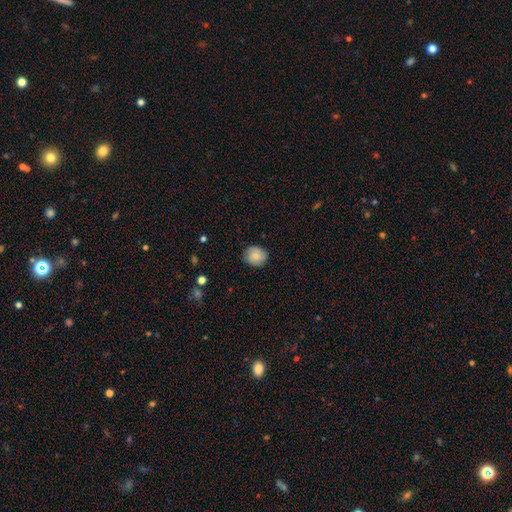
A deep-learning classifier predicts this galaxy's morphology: Overall: smooth (78%). How rounded: round (80%). Merging: none (85%).